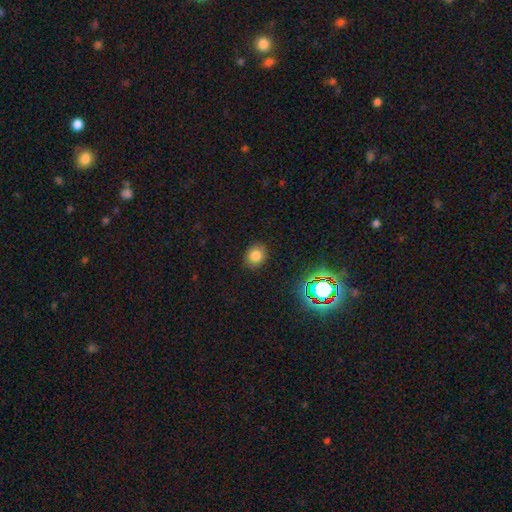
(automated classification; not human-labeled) smooth_or_featured: smooth (p=0.78) [alt: star or artifact p=0.15]
how_rounded: round (p=0.62) [alt: in between p=0.37]
merging: none (p=0.87) [alt: minor disturbance p=0.09]